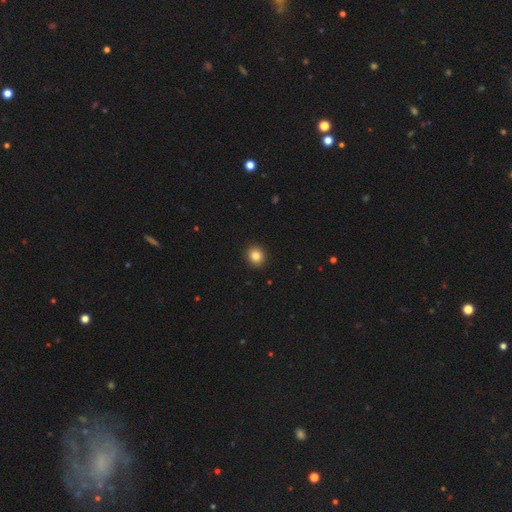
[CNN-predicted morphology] A smooth galaxy with no disk features (83%) that is round (88%).

Vote fractions:
- Smooth or featured? smooth: 83% / star or artifact: 11% / featured or disk: 6%
- How rounded? round: 88% / in between: 11% / cigar-shaped: 1%
- Merging? none: 93% / minor disturbance: 5% / major disturbance: 1% / merger: 1%